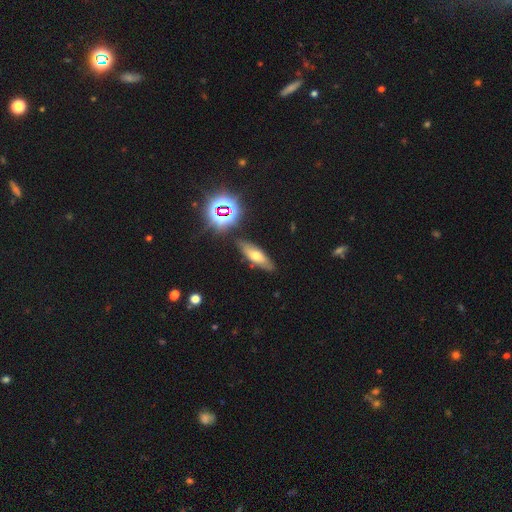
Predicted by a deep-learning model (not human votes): Q: Smooth or featured?
A: smooth (54%); runner-up: featured or disk (30%)
Q: How rounded?
A: in between (58%); runner-up: cigar-shaped (37%)
Q: Merging?
A: none (83%); runner-up: minor disturbance (11%)